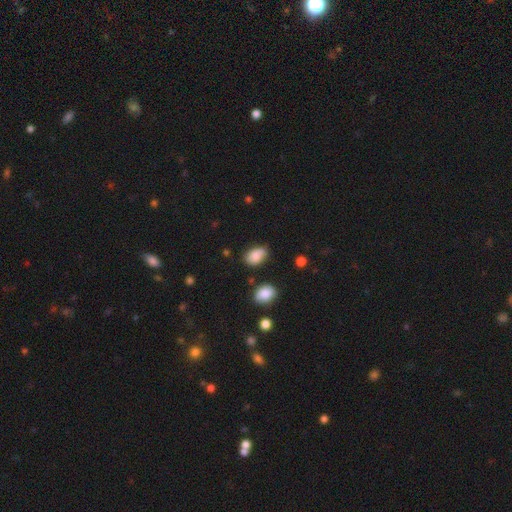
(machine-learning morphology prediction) smooth 81%, featured or disk 10%, star or artifact 9%. Down the decision tree: how rounded — in between (87%); merging — none (62%).